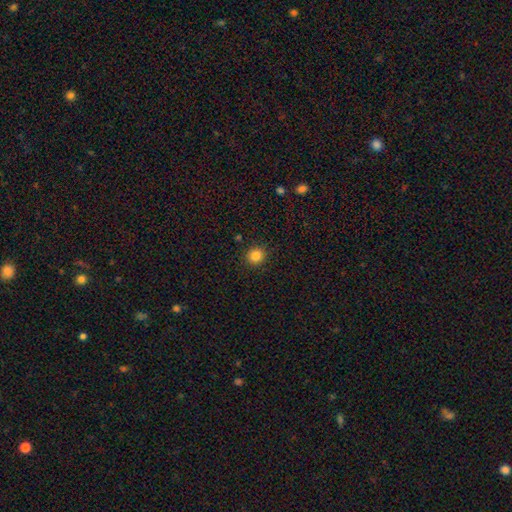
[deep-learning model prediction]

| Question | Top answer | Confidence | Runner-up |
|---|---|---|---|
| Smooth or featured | smooth | 84% | star or artifact (12%) |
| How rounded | round | 91% | in between (8%) |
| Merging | none | 91% | minor disturbance (6%) |